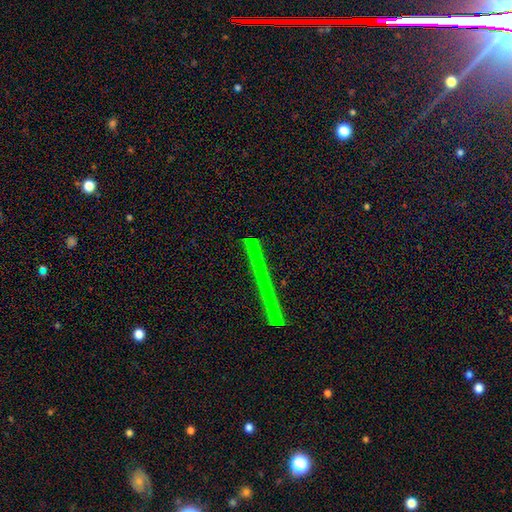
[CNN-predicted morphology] Smooth or featured? Predicted: star or artifact (p=0.75).